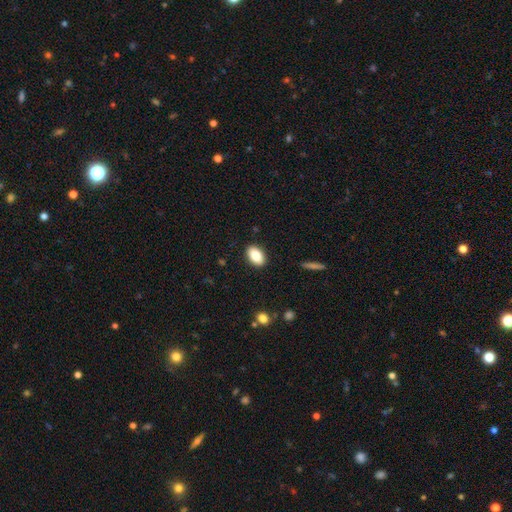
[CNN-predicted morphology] smooth_or_featured: smooth (p=0.86) [alt: star or artifact p=0.07]
how_rounded: in between (p=0.91) [alt: round p=0.08]
merging: none (p=0.89) [alt: minor disturbance p=0.08]